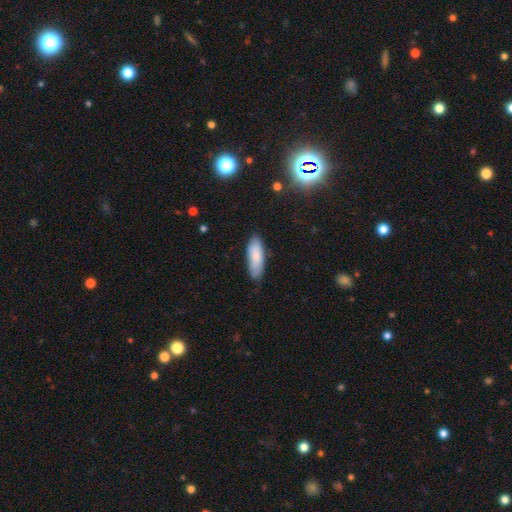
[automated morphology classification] Overall: smooth (81%). How rounded: in between (67%; cigar-shaped 32%). Merging: none (76%).